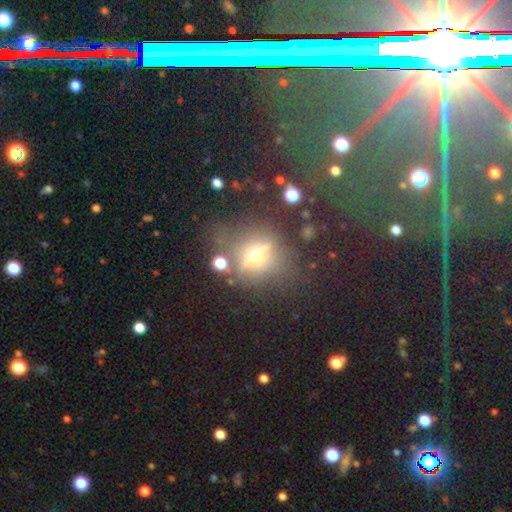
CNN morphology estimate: type=featured or disk (50%); edge-on=yes (66%); merging=none (67%).